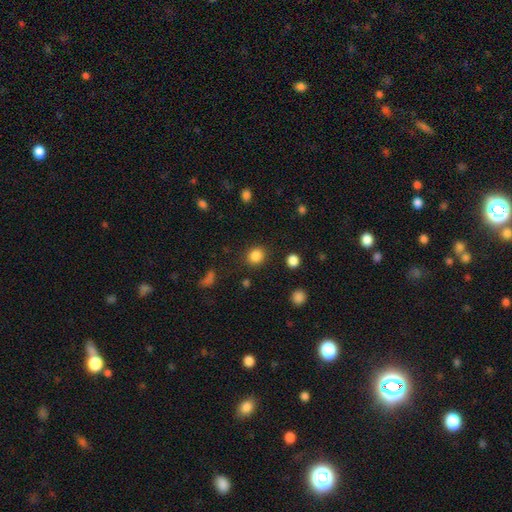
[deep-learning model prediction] Smooth or featured? Predicted: smooth (p=0.86). How rounded? Predicted: round (p=0.80). Merging? Predicted: none (p=0.86).